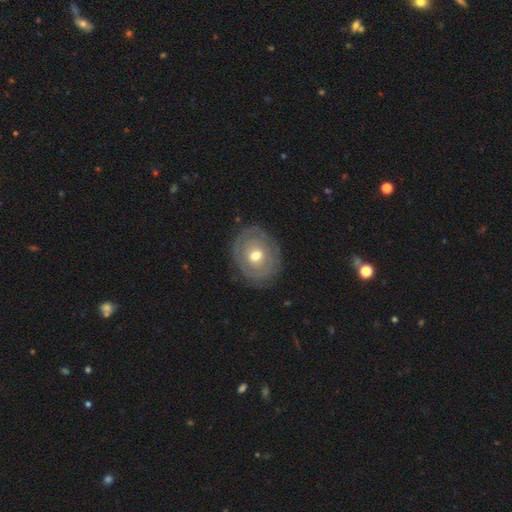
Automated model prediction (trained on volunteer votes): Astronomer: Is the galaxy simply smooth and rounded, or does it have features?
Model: featured or disk — 58% (runner-up: smooth, 36%).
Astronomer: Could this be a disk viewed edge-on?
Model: no — 95%.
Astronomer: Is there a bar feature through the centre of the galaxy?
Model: no — 70%.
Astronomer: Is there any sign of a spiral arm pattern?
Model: no — 56% (runner-up: yes, 44%).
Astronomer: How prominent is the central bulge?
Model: moderate — 72%.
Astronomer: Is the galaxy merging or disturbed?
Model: none — 80%.